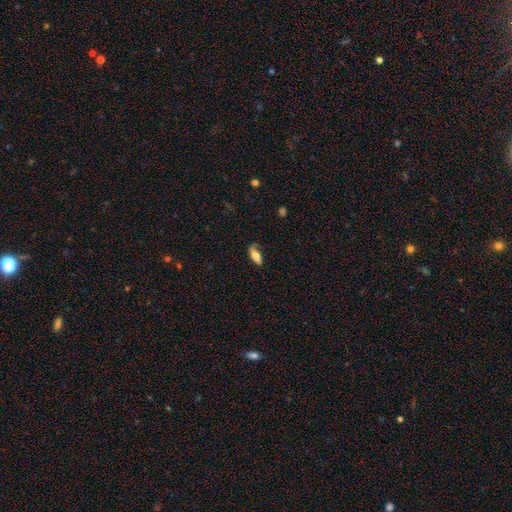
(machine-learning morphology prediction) smooth-or-featured: smooth: 64% | featured or disk: 29% | star or artifact: 7%
  how-rounded: in between: 75% | cigar-shaped: 22% | round: 3%
  merging: none: 60% | minor disturbance: 27% | major disturbance: 10% | merger: 3%